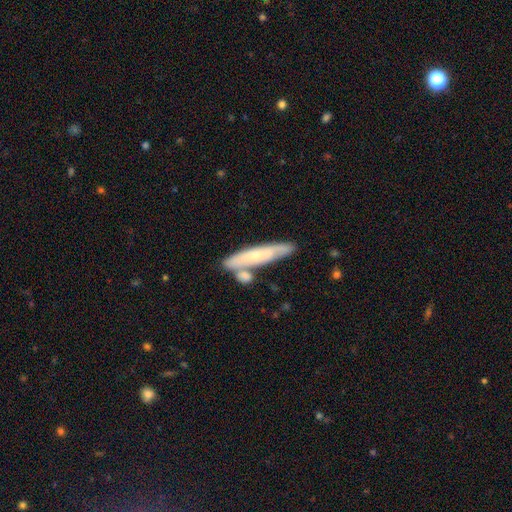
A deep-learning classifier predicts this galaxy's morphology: smooth_or_featured: smooth (p=0.54) [alt: featured or disk p=0.40]
how_rounded: cigar-shaped (p=0.84) [alt: in between p=0.14]
merging: none (p=0.62) [alt: merger p=0.19]